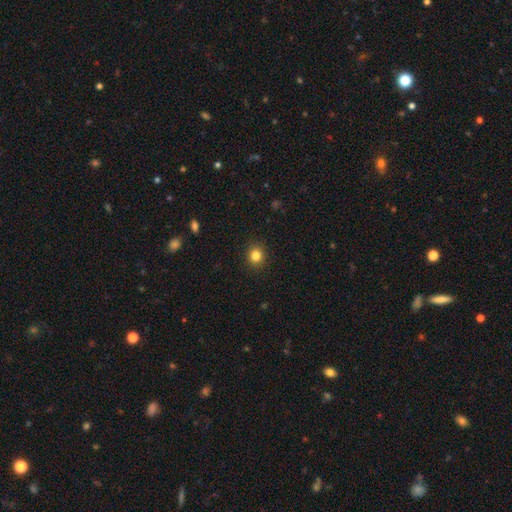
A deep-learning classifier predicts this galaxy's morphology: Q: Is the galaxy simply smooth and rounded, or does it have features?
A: smooth — 83%.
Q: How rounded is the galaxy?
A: round — 86%.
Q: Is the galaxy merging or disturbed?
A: none — 91%.